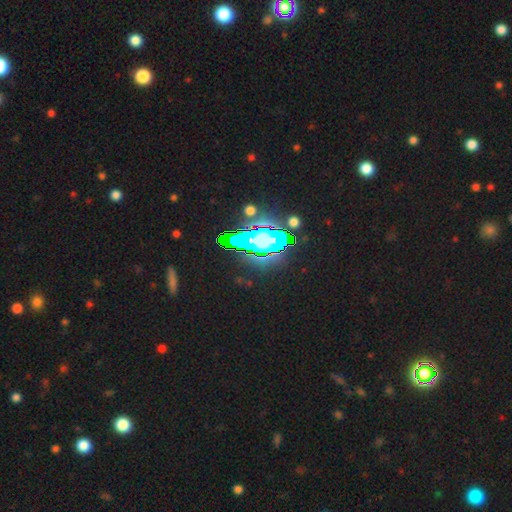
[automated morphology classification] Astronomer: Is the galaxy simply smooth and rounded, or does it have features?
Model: star or artifact — 69%.